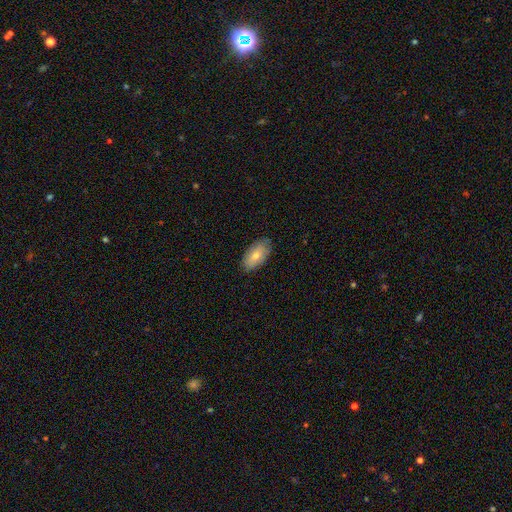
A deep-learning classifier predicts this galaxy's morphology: This is likely a smooth galaxy (70%). How rounded: clearly in between (92%). Merging: clearly none (85%).